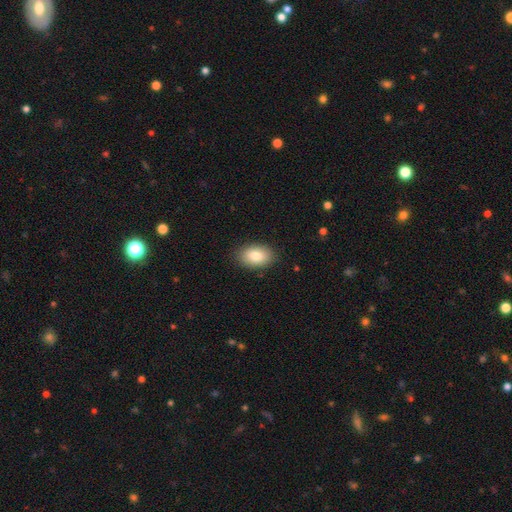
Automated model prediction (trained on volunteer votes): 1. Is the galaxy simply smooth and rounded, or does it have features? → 82% smooth, 10% featured or disk, 8% star or artifact.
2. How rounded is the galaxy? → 85% in between, 13% round, 1% cigar-shaped.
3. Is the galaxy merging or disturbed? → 88% none, 9% minor disturbance, 2% major disturbance, 1% merger.